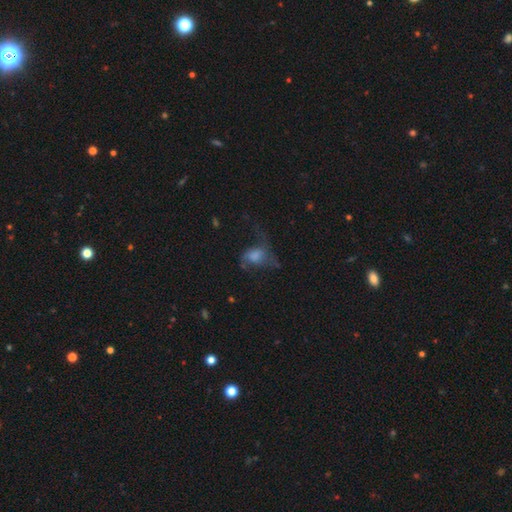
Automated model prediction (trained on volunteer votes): Smooth or featured? featured or disk (47%)
Merging? major disturbance (46%)